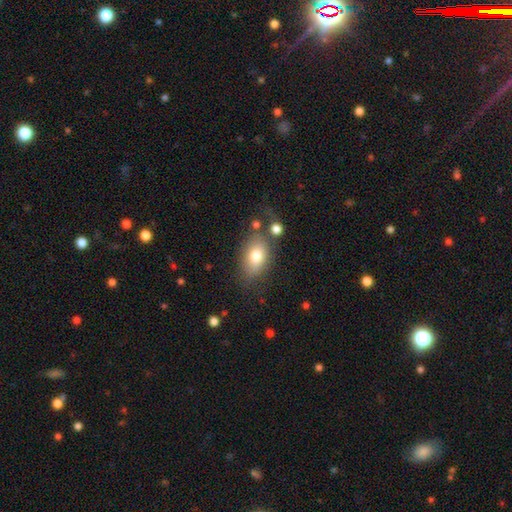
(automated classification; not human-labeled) smooth 76%, featured or disk 15%, star or artifact 8%. Down the decision tree: how rounded — in between (85%); merging — none (66%).